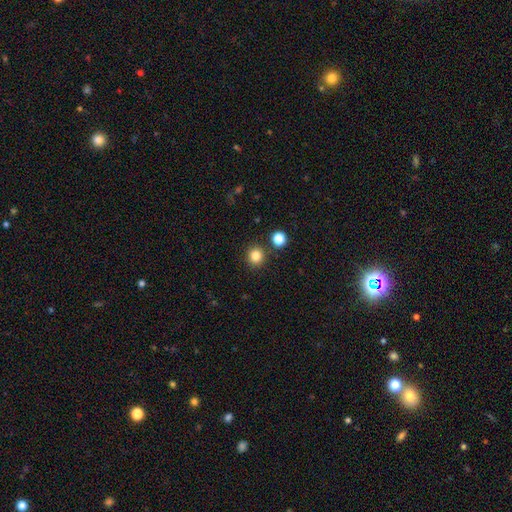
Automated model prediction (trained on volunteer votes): smooth_or_featured: smooth (p=0.83) [alt: star or artifact p=0.12]
how_rounded: round (p=0.90) [alt: in between p=0.09]
merging: none (p=0.87) [alt: minor disturbance p=0.06]